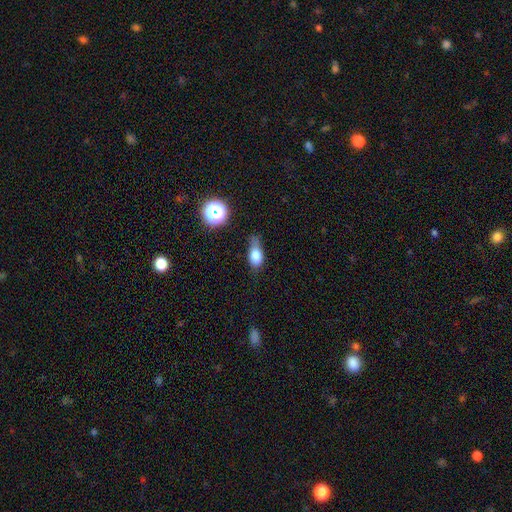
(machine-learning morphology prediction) Smooth or featured? smooth (78%)
How rounded? in between (77%)
Merging? minor disturbance (42%)